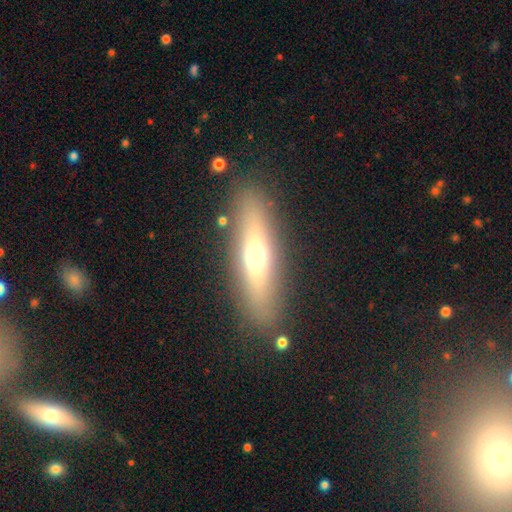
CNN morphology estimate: Smooth or featured: smooth — 49% (featured or disk — 43%)
Merging: none — 85% (minor disturbance — 9%)